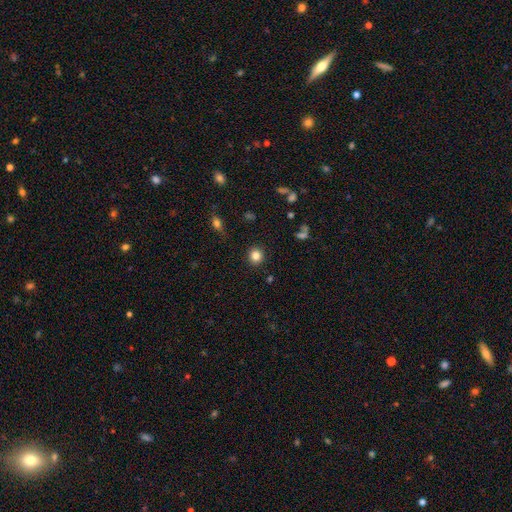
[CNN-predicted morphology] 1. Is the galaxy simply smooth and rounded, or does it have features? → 83% smooth, 11% star or artifact, 5% featured or disk.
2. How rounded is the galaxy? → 90% round, 9% in between, 1% cigar-shaped.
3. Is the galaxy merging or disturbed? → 91% none, 6% minor disturbance, 2% major disturbance, 1% merger.